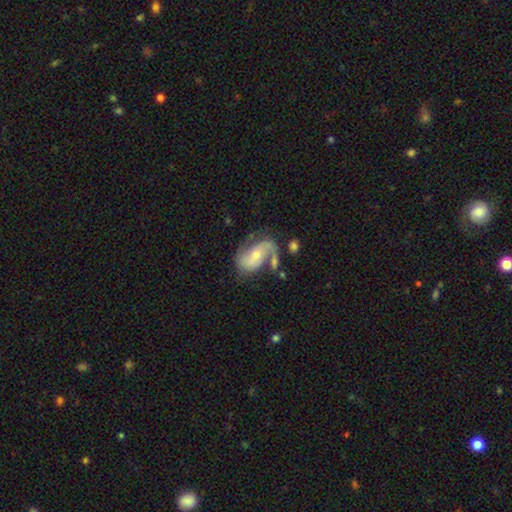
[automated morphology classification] The model was most divided on "spiral winding": medium: 44%, loose: 38%, tight: 17%. Remaining: edge-on disk — no (97%); spiral arms — yes (93%); spiral arm count — 2 (81%); smooth or featured — featured or disk (79%); bulge size — small (52%); bar — no (49%); merging — none (48%).